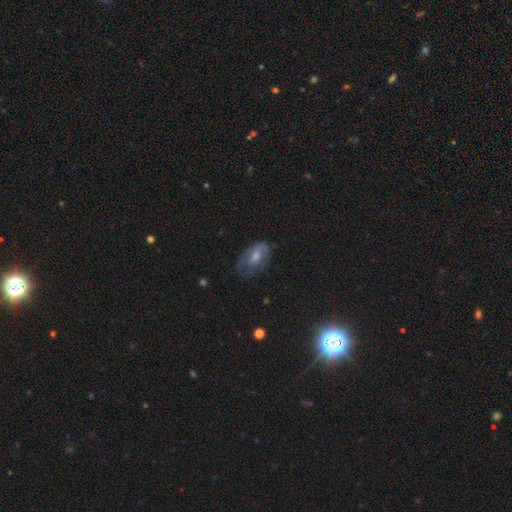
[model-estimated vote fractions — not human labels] This appears to be a smooth galaxy with no disk features (48%). Merging: none (51%).